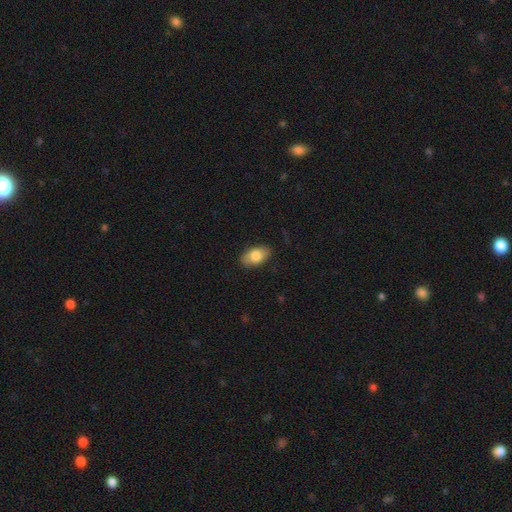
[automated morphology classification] Overall: smooth (82%). How rounded: in between (92%). Merging: none (85%).